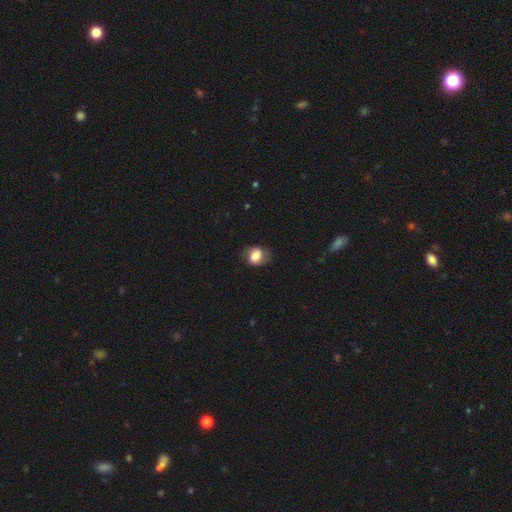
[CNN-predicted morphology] A smooth galaxy with no disk features (74%) that is in between round and cigar-shaped (55%).

Vote fractions:
- Smooth or featured? smooth: 74% / featured or disk: 18% / star or artifact: 8%
- How rounded? in between: 55% / round: 44% / cigar-shaped: 1%
- Merging? none: 71% / minor disturbance: 20% / major disturbance: 7% / merger: 1%